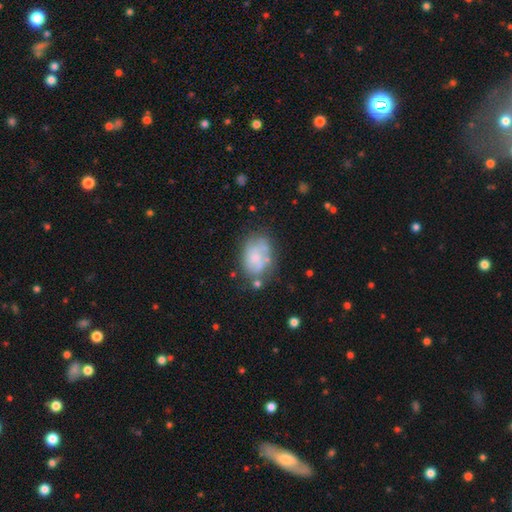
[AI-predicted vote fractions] smooth_or_featured: smooth (p=0.49) [alt: featured or disk p=0.42]
merging: none (p=0.48) [alt: minor disturbance p=0.27]